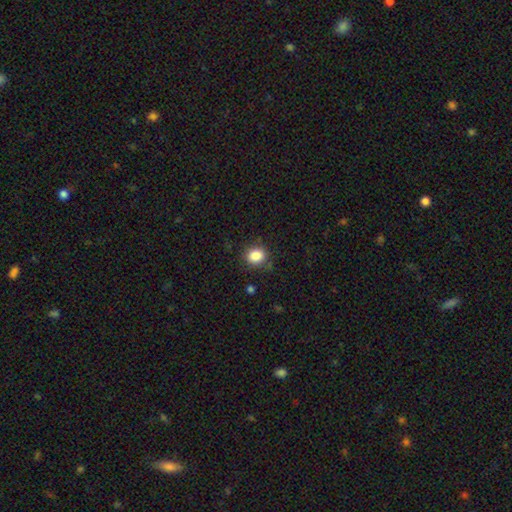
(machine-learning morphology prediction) This is clearly a smooth galaxy (86%). How rounded: likely round (63%). Merging: clearly none (82%).